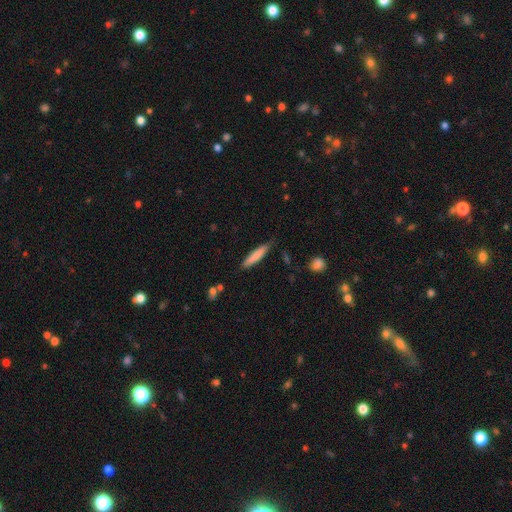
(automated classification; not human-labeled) Smooth or featured? Predicted: smooth (p=0.78). How rounded? Predicted: cigar-shaped (p=0.88). Merging? Predicted: none (p=0.79).